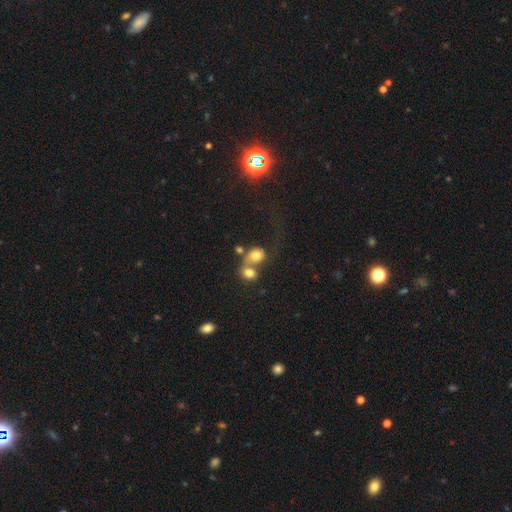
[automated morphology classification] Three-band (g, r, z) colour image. It shows a smooth galaxy with no disk features (75%) that is round (51%). Merging: merger (64%).